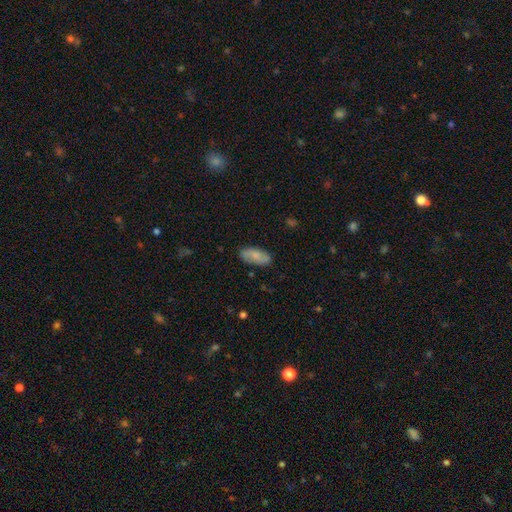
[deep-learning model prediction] Smooth or featured? smooth (75%)
How rounded? in between (87%)
Merging? none (83%)